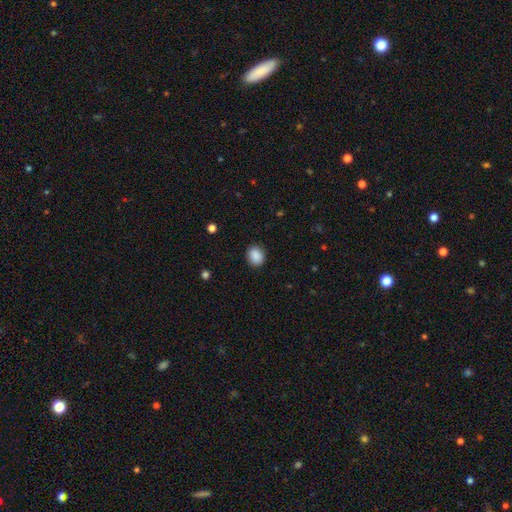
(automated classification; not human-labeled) Overall: smooth (89%). How rounded: round (58%; in between 41%). Merging: none (89%).